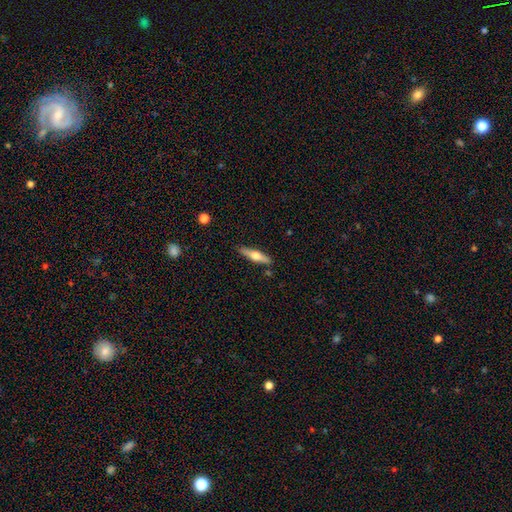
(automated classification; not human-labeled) This appears to be a featured or disk galaxy (55%) viewed edge-on (95%) with a rounded central bulge (94%). Merging: none (86%).